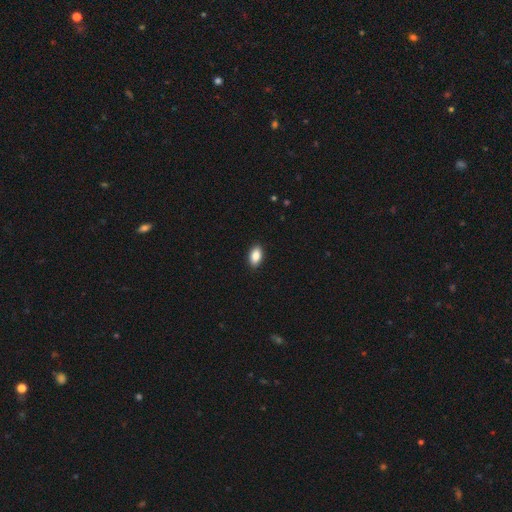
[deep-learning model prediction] Smooth or featured? Predicted: smooth (p=0.88). How rounded? Predicted: in between (p=0.92). Merging? Predicted: none (p=0.90).